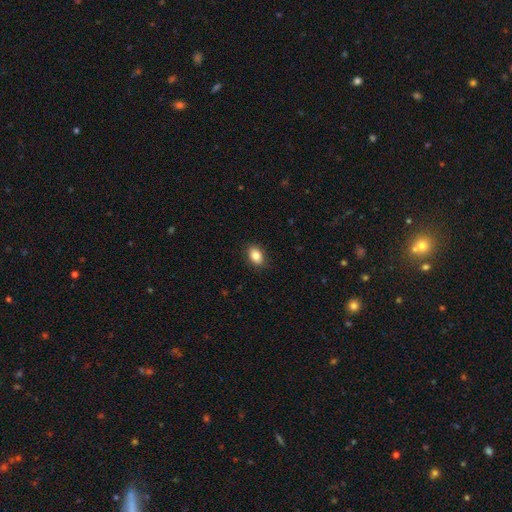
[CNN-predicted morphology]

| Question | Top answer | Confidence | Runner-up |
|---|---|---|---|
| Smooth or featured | smooth | 85% | star or artifact (8%) |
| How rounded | in between | 82% | round (17%) |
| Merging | none | 89% | minor disturbance (8%) |